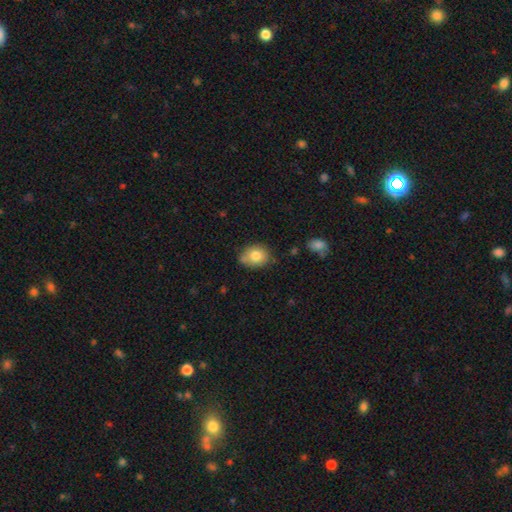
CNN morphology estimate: A smooth galaxy with no disk features (80%) that is in between round and cigar-shaped (53%). Merging: none (68%).